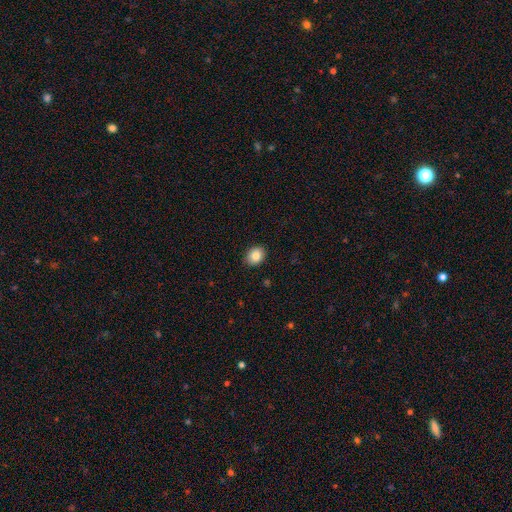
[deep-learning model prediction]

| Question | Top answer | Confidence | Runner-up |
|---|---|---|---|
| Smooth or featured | smooth | 86% | star or artifact (8%) |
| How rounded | in between | 54% | round (45%) |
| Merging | none | 88% | minor disturbance (9%) |